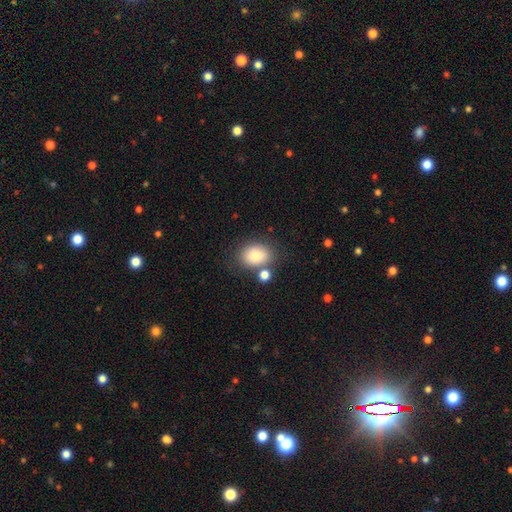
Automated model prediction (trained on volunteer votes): A smooth galaxy with no disk features (85%) that is in between round and cigar-shaped (72%). Merging: none (67%).